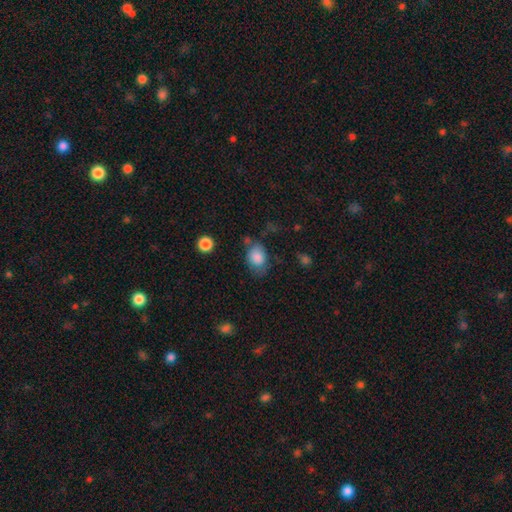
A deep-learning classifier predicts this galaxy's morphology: type=smooth (83%); roundness=in between (67%); merging=none (54%).